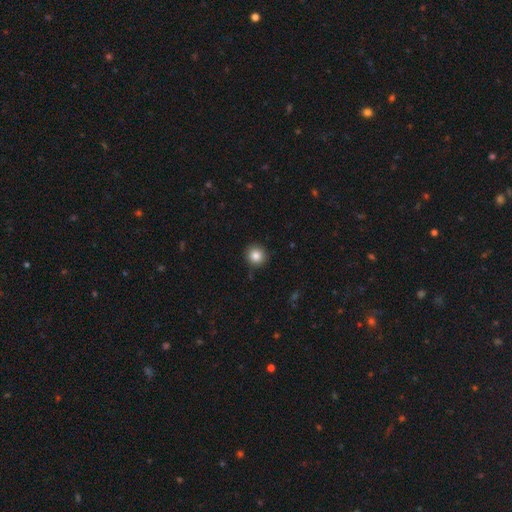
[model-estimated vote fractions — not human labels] Smooth or featured? Predicted: smooth (p=0.84). How rounded? Predicted: round (p=0.93). Merging? Predicted: none (p=0.90).